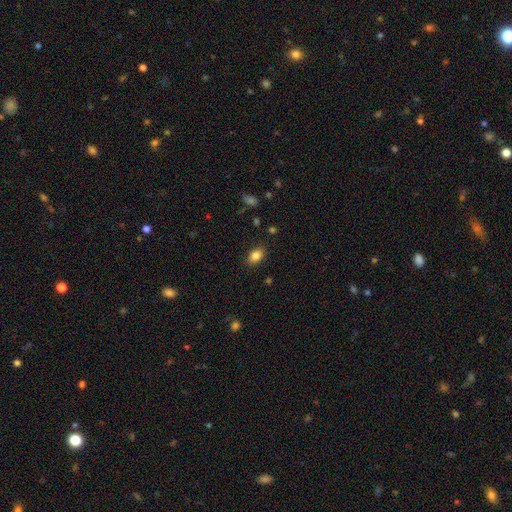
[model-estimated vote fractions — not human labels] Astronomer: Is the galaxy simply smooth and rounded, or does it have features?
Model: smooth — 84%.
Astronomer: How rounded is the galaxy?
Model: in between — 81%.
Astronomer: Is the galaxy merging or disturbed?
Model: none — 86%.